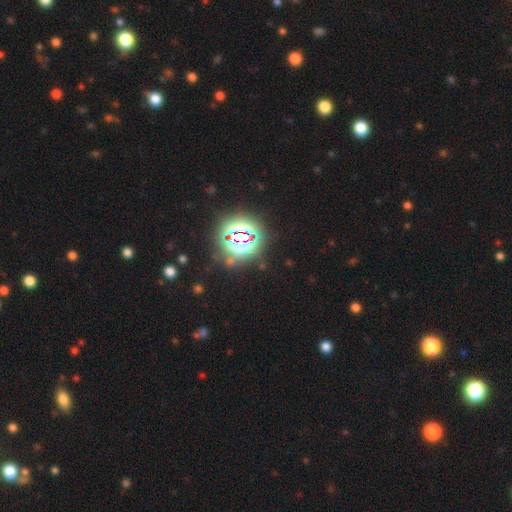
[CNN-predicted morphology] Overall: star or artifact (83%).